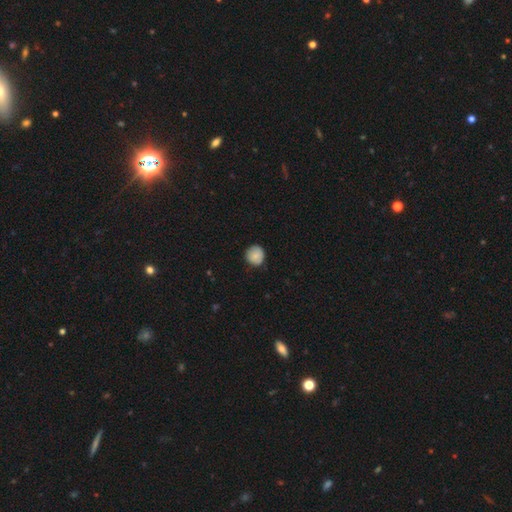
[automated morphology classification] The model was most divided on "merging": none: 80%, minor disturbance: 16%, major disturbance: 2%, merger: 1%. More confident: how rounded — round (91%); smooth or featured — smooth (82%).